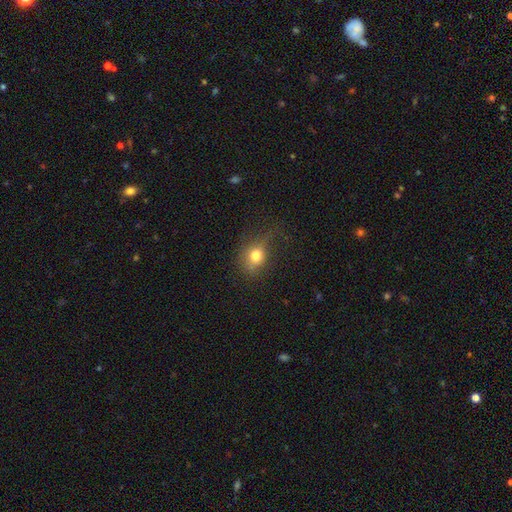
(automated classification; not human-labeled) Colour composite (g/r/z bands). It shows a smooth galaxy with no disk features (77%) that is round (57%). Merging: none (57%).